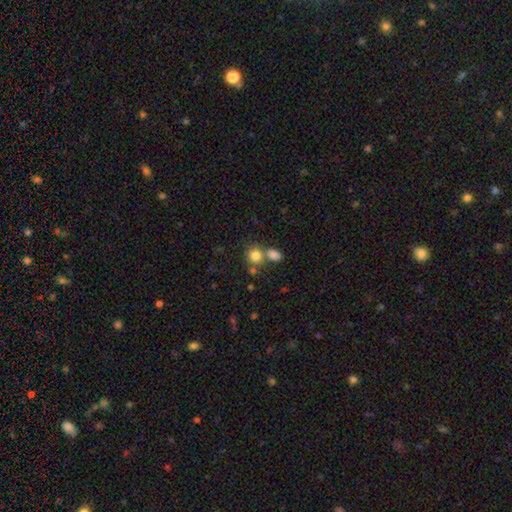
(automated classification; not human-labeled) Smooth or featured? Predicted: smooth (p=0.82). How rounded? Predicted: round (p=0.76). Merging? Predicted: none (p=0.53).